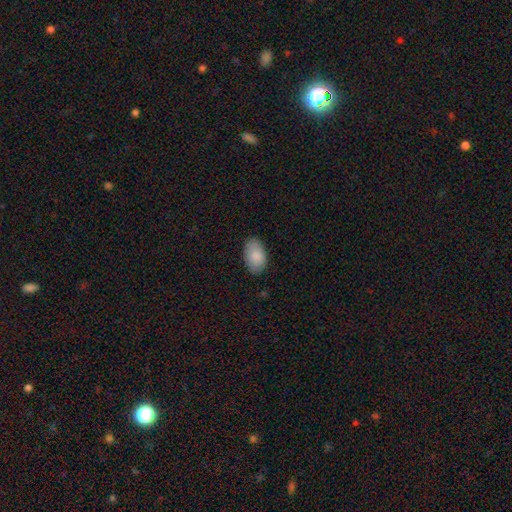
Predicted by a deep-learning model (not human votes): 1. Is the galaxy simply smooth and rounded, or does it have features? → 88% smooth, 6% featured or disk, 6% star or artifact.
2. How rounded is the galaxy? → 94% in between, 5% round, 1% cigar-shaped.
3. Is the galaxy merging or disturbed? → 84% none, 13% minor disturbance, 2% major disturbance, 1% merger.